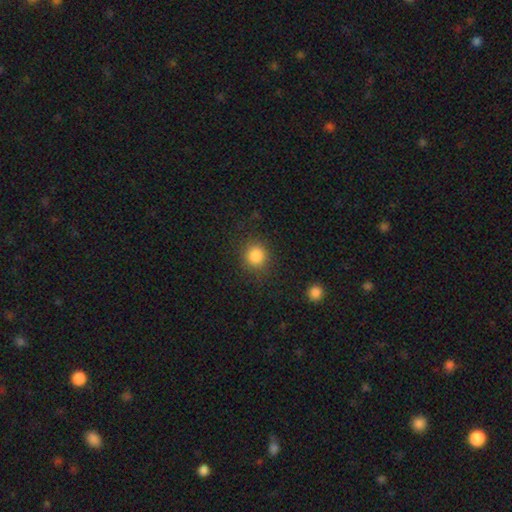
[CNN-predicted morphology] This is clearly a smooth galaxy (85%). How rounded: clearly round (89%). Merging: clearly none (86%).